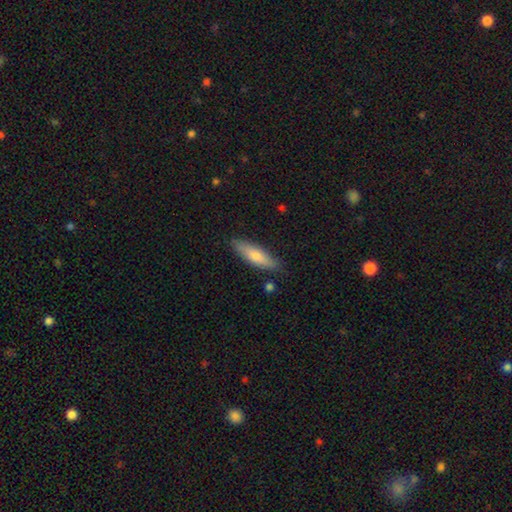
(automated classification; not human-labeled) The model was most divided on "how rounded": cigar-shaped: 66%, in between: 32%, round: 2%. More confident: merging — none (83%); smooth or featured — smooth (74%).